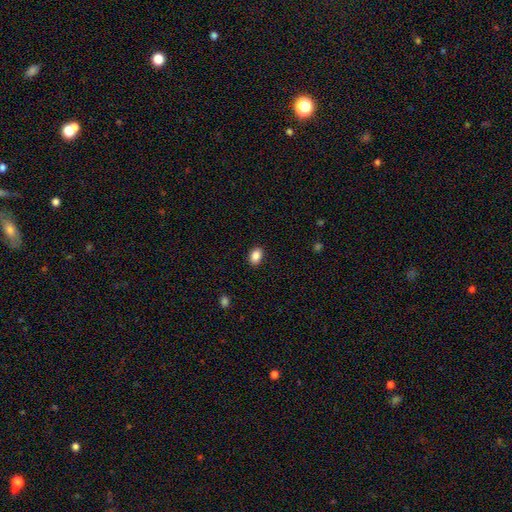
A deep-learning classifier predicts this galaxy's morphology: This is clearly a smooth galaxy (87%). How rounded: clearly in between (80%). Merging: clearly none (89%).